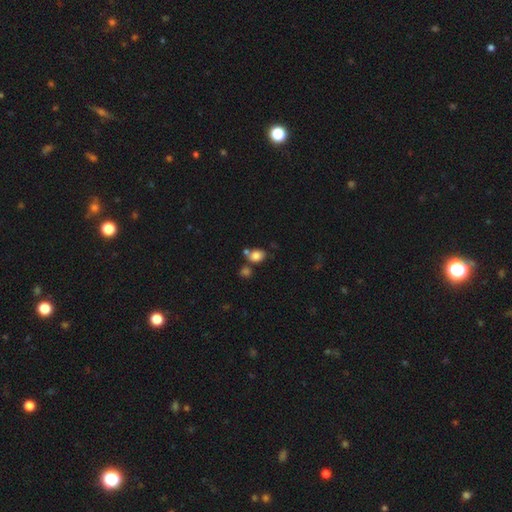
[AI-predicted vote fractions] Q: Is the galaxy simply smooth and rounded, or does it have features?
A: smooth — 82%.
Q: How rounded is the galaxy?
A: in between — 53%.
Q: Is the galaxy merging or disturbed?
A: none — 58%.